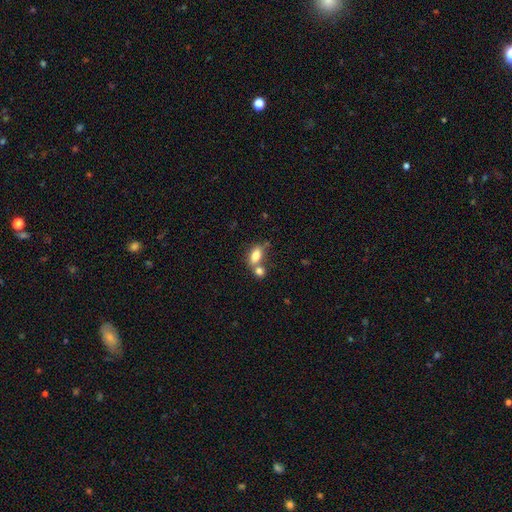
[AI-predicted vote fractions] This is likely a smooth galaxy (77%). How rounded: clearly in between (84%). Merging: marginally none (42%, tied with merger).